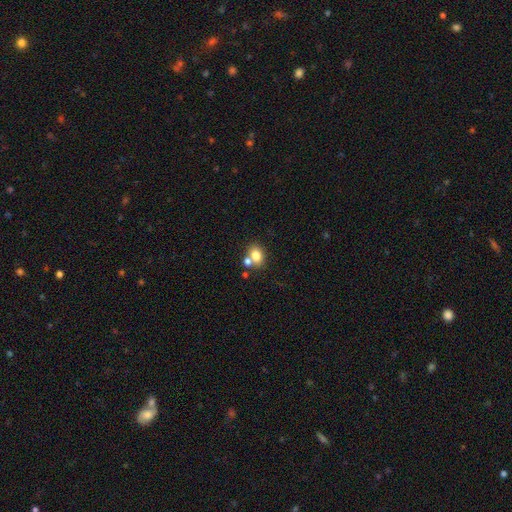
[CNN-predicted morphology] smooth 78%, star or artifact 11%, featured or disk 11%. Down the decision tree: how rounded — in between (60%); merging — none (54%).